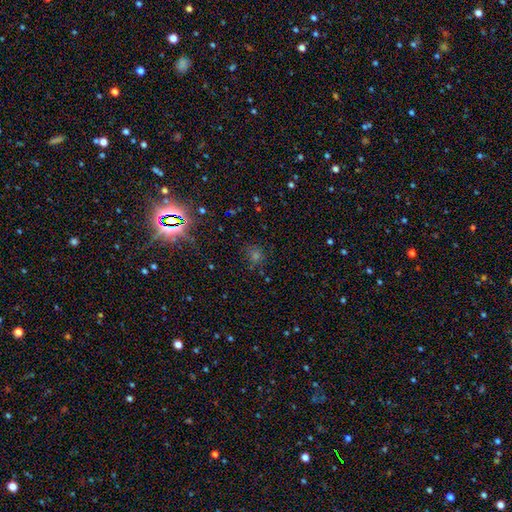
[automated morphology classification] smooth_or_featured: star or artifact (p=0.56) [alt: smooth p=0.34]